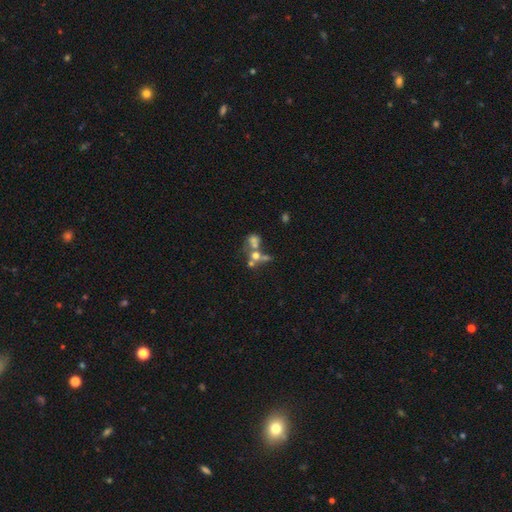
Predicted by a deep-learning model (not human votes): Q: Smooth or featured?
A: smooth (48%); runner-up: featured or disk (32%)
Q: Merging?
A: merger (56%); runner-up: none (27%)